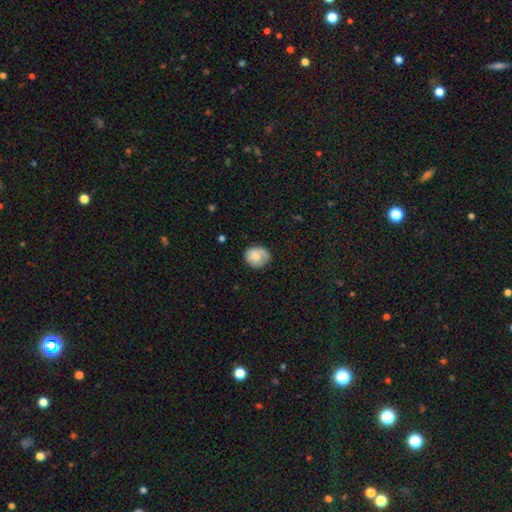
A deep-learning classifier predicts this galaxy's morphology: A smooth galaxy with no disk features (74%) that is round (66%). Merging: none (62%).